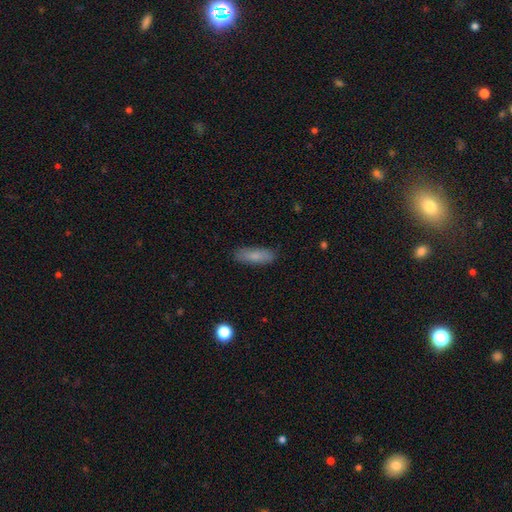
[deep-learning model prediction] This is clearly a smooth galaxy (82%). How rounded: possibly cigar-shaped (49%, tied with in between). Merging: clearly none (87%).